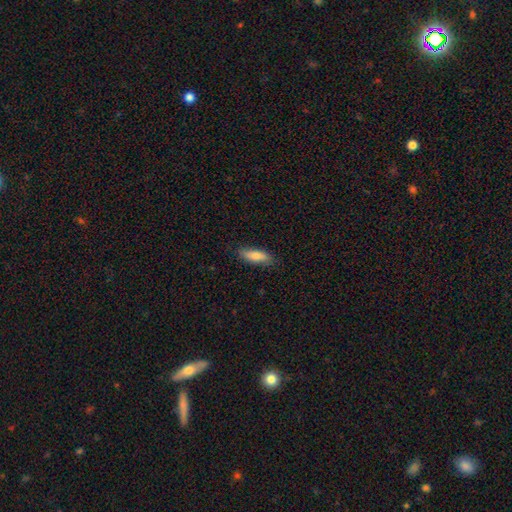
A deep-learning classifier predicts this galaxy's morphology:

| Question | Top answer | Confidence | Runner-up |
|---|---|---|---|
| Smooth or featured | smooth | 78% | featured or disk (16%) |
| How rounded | in between | 50% | cigar-shaped (48%) |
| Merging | none | 83% | minor disturbance (14%) |